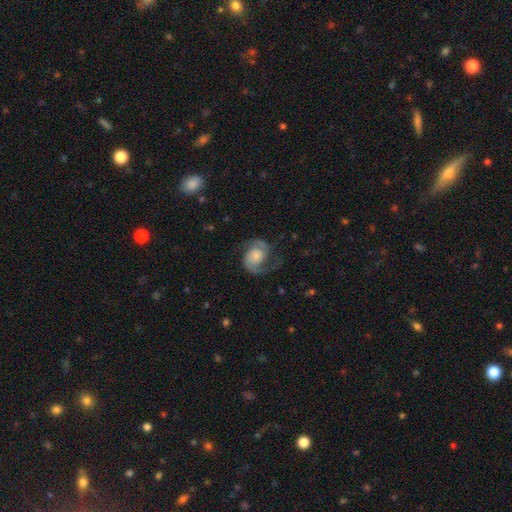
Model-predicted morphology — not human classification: This appears to be a featured or disk galaxy (79%) with no bar (69%), 2 (87%) medium (50%) spiral arms (95%) and a large central bulge (31%). Merging: none (63%).